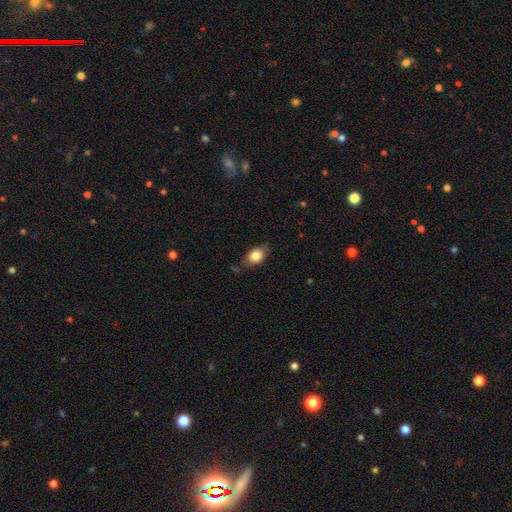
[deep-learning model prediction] This appears to be a smooth galaxy with no disk features (81%) that is in between round and cigar-shaped (77%). Merging: none (68%).